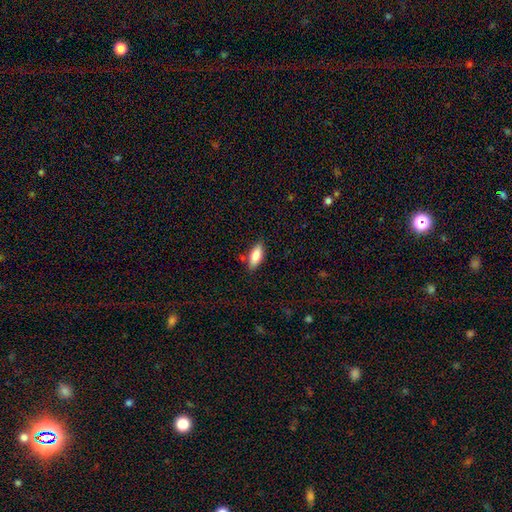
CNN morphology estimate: smooth-or-featured: smooth: 81% | featured or disk: 12% | star or artifact: 6%
  how-rounded: in between: 78% | cigar-shaped: 20% | round: 2%
  merging: none: 82% | minor disturbance: 12% | merger: 3% | major disturbance: 2%